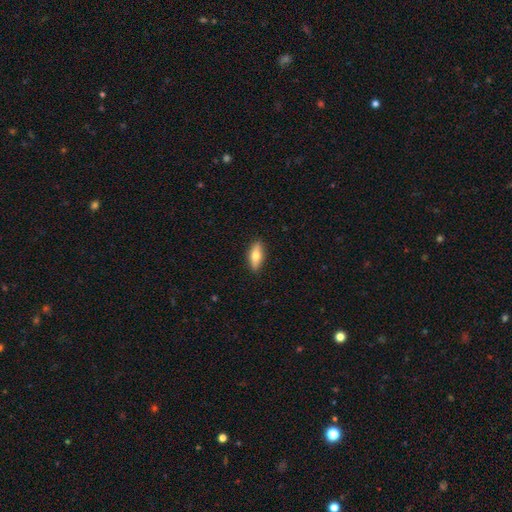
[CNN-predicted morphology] Q: Smooth or featured?
A: smooth (68%); runner-up: featured or disk (26%)
Q: How rounded?
A: in between (65%); runner-up: cigar-shaped (32%)
Q: Merging?
A: none (87%); runner-up: minor disturbance (10%)